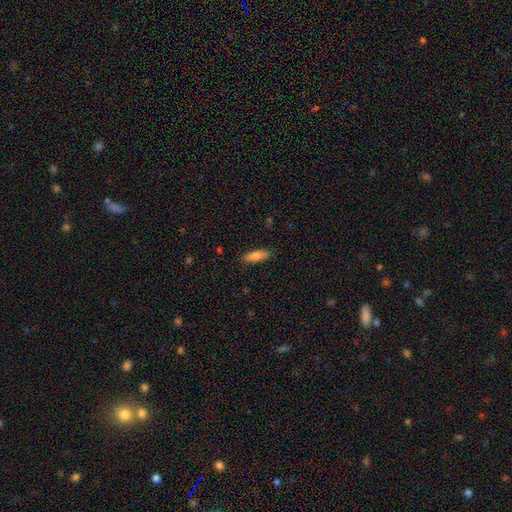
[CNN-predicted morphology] The model was most divided on "how rounded": in between: 51%, cigar-shaped: 47%, round: 2%. More confident: merging — none (86%); smooth or featured — smooth (79%).